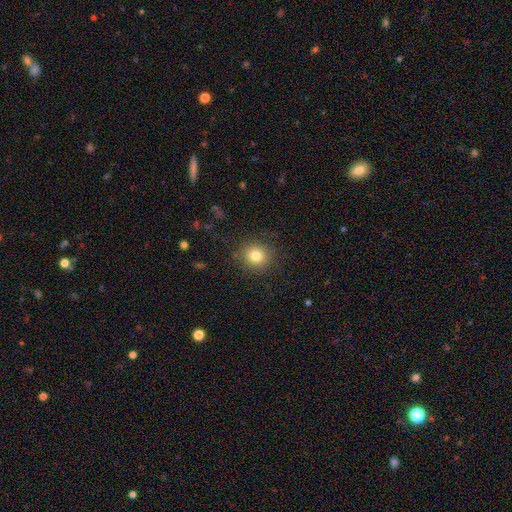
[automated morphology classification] Smooth or featured? Predicted: smooth (p=0.80). How rounded? Predicted: round (p=0.88). Merging? Predicted: none (p=0.88).